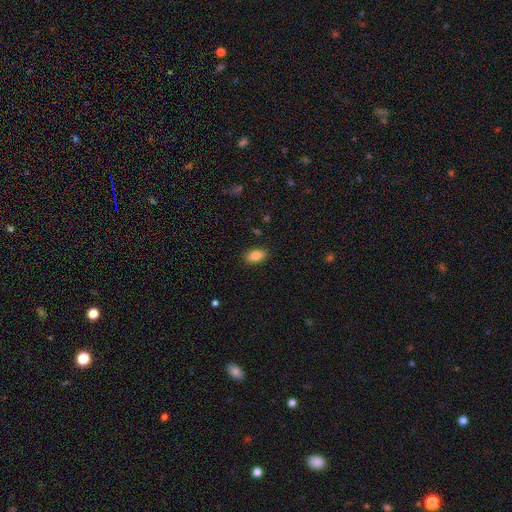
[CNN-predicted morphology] type=smooth (85%); roundness=in between (89%); merging=none (88%).